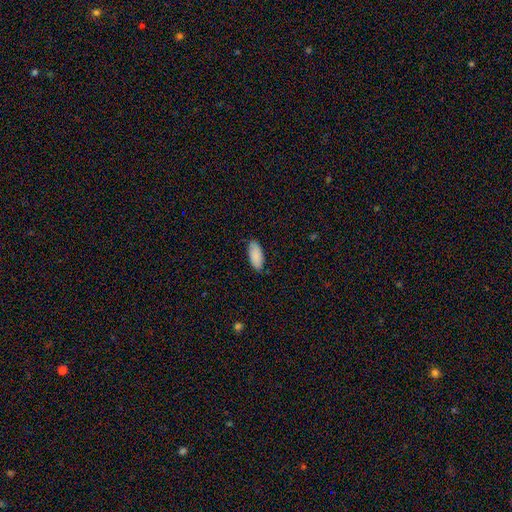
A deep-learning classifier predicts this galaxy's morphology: smooth 89%, star or artifact 6%, featured or disk 5%. Down the decision tree: how rounded — in between (87%); merging — none (81%).